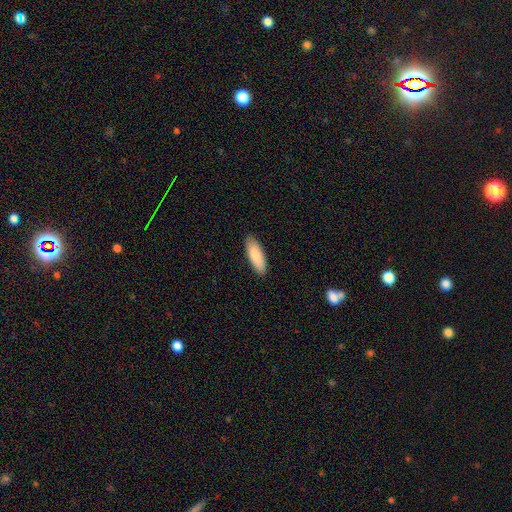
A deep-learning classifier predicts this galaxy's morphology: This is clearly a smooth galaxy (87%). How rounded: likely in between (64%). Merging: clearly none (89%).